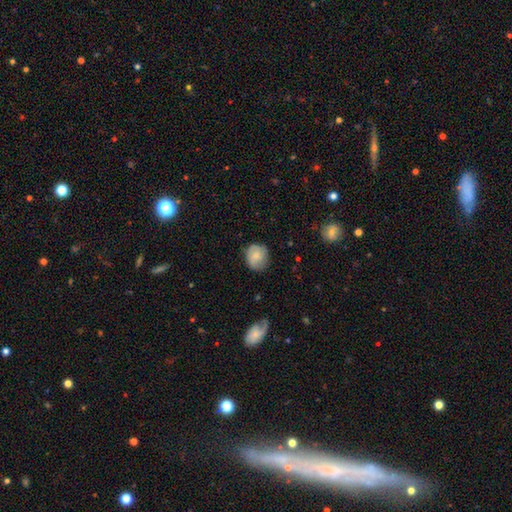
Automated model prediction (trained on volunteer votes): This is likely a smooth galaxy (71%). How rounded: likely round (75%). Merging: likely none (71%).